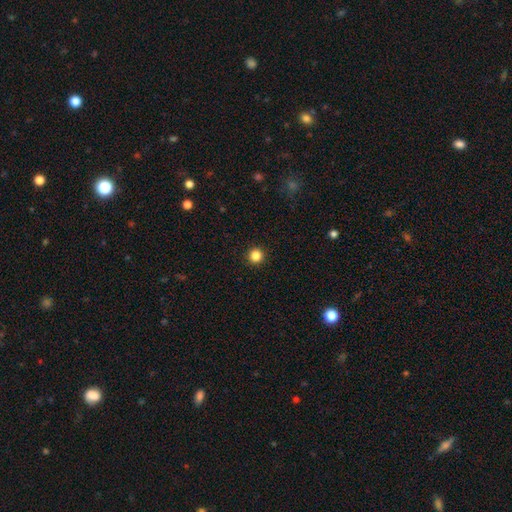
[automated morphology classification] A smooth galaxy with no disk features (85%) that is round (96%).

Vote fractions:
- Smooth or featured? smooth: 85% / star or artifact: 12% / featured or disk: 4%
- How rounded? round: 96% / in between: 3% / cigar-shaped: 1%
- Merging? none: 93% / minor disturbance: 4% / major disturbance: 2% / merger: 1%